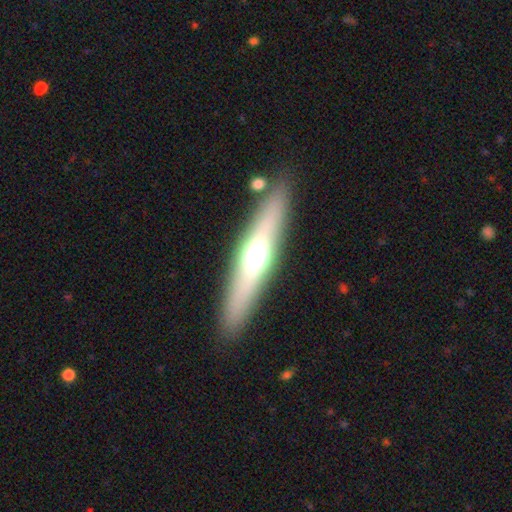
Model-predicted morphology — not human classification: Q: Smooth or featured?
A: featured or disk (55%); runner-up: smooth (37%)
Q: Edge-on disk?
A: yes (85%); runner-up: no (15%)
Q: Merging?
A: none (86%); runner-up: minor disturbance (8%)